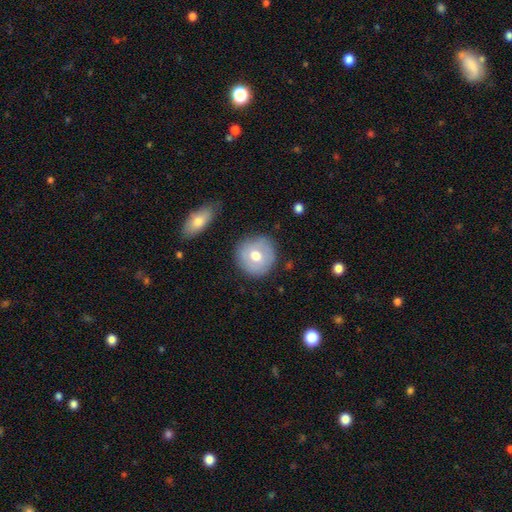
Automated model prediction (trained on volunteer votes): Q: Smooth or featured?
A: smooth (63%); runner-up: featured or disk (29%)
Q: How rounded?
A: round (92%); runner-up: in between (7%)
Q: Merging?
A: none (83%); runner-up: minor disturbance (11%)